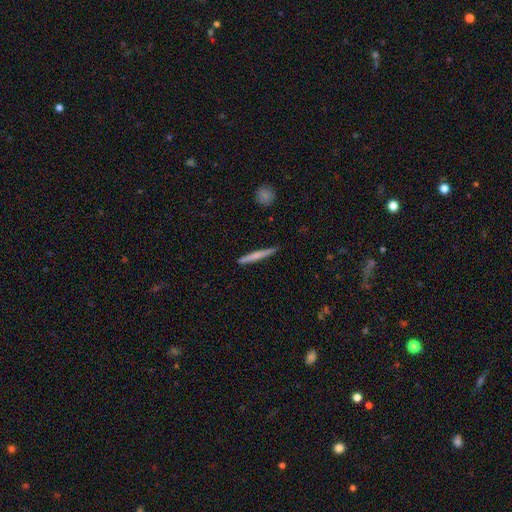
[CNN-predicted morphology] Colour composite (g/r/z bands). It shows a smooth galaxy with no disk features (58%) that is cigar-shaped (96%). Merging: none (88%).